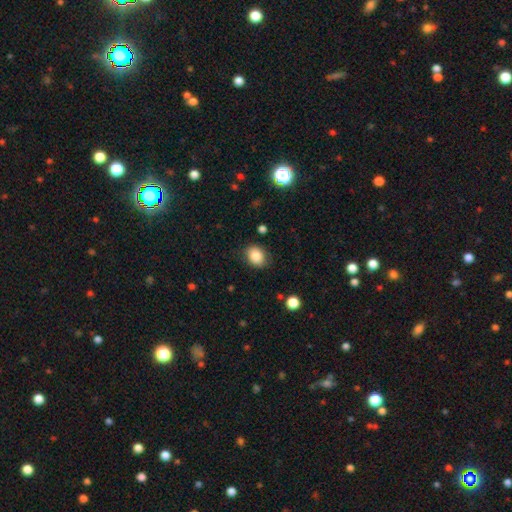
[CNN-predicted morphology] Smooth or featured? Predicted: smooth (p=0.86). How rounded? Predicted: in between (p=0.56). Merging? Predicted: none (p=0.80).